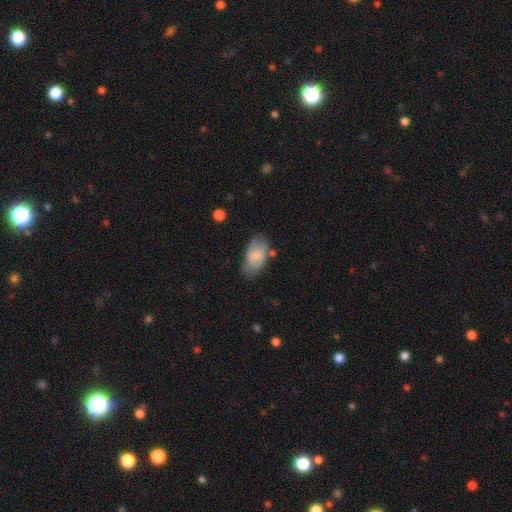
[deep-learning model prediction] Overall: smooth (72%). How rounded: in between (93%). Merging: none (62%; minor disturbance 26%).